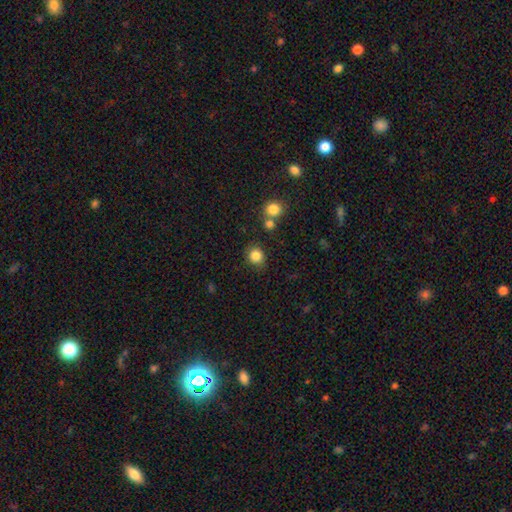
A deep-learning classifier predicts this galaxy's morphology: The model was most divided on "how rounded": round: 78%, in between: 21%, cigar-shaped: 1%. More confident: smooth or featured — smooth (84%); merging — none (80%).